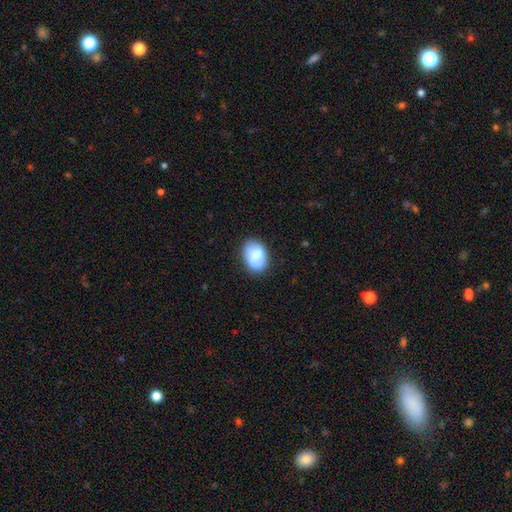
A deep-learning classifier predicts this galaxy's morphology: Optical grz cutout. It shows a smooth galaxy with no disk features (79%) that is in between round and cigar-shaped (79%). Merging: none (75%).